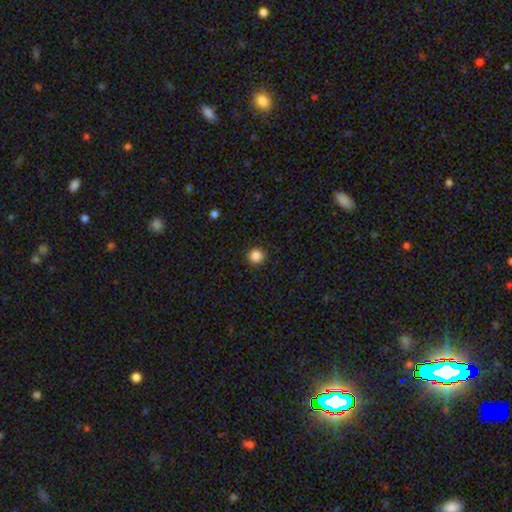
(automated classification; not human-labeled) smooth_or_featured: smooth (p=0.87) [alt: star or artifact p=0.11]
how_rounded: round (p=0.95) [alt: in between p=0.04]
merging: none (p=0.93) [alt: minor disturbance p=0.05]